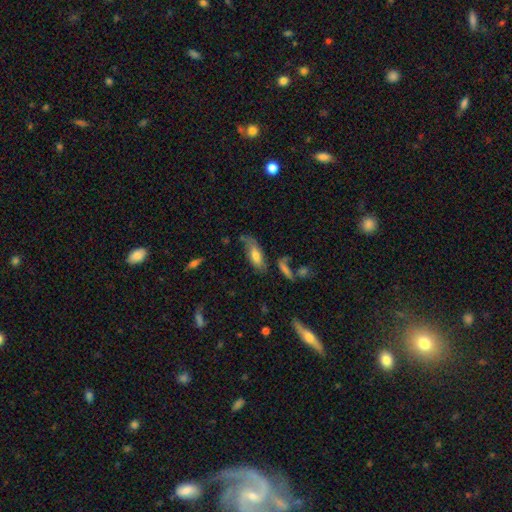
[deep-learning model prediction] smooth-or-featured: smooth: 61% | featured or disk: 31% | star or artifact: 8%
  how-rounded: in between: 74% | cigar-shaped: 23% | round: 3%
  merging: none: 47% | minor disturbance: 28% | major disturbance: 16% | merger: 9%